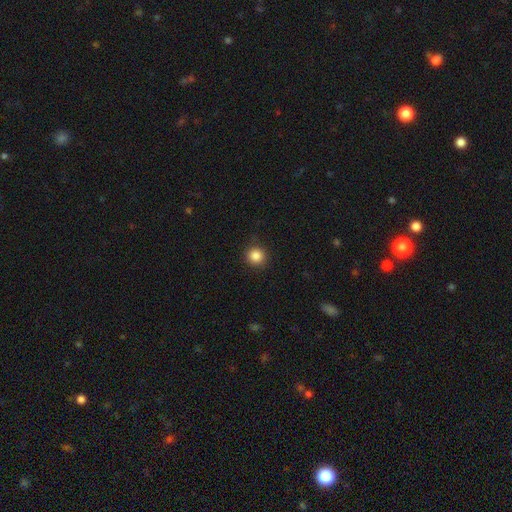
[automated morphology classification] This is clearly a smooth galaxy (85%). How rounded: clearly round (94%). Merging: clearly none (88%).